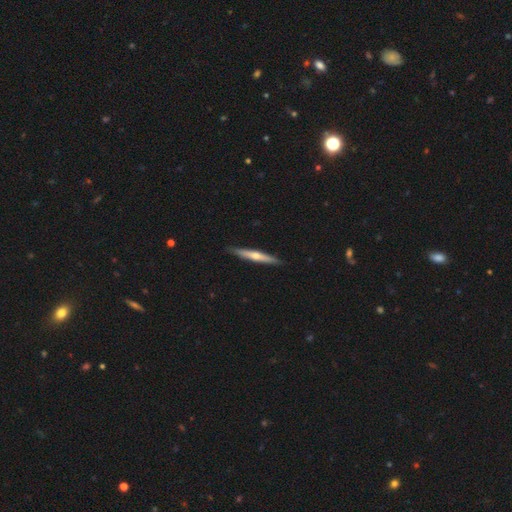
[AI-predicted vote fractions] This is possibly a featured or disk galaxy (56%). It is clearly viewed edge-on (96%). Edge-on bulge: clearly rounded (81%). Merging: clearly none (90%).